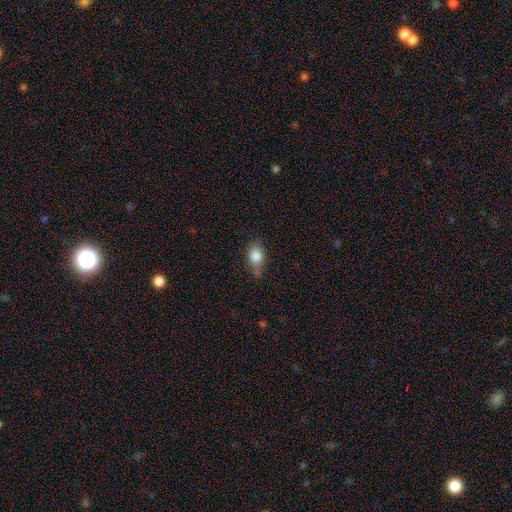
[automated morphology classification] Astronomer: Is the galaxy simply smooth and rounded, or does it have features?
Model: smooth — 83%.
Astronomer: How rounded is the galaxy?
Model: in between — 71%.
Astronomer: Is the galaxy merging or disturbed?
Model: none — 58%.